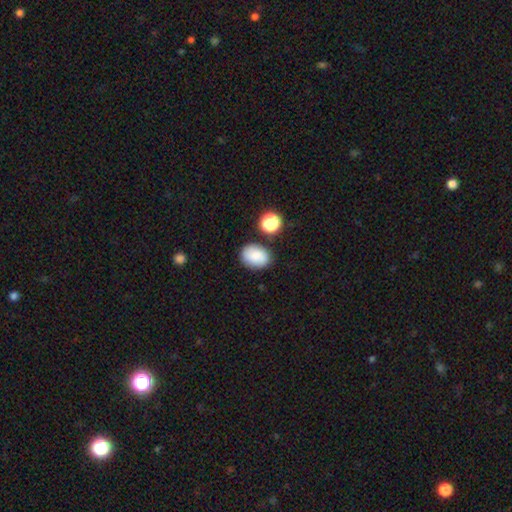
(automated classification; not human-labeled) Smooth or featured: smooth — 78% (featured or disk — 12%)
How rounded: in between — 71% (round — 28%)
Merging: none — 78% (minor disturbance — 13%)